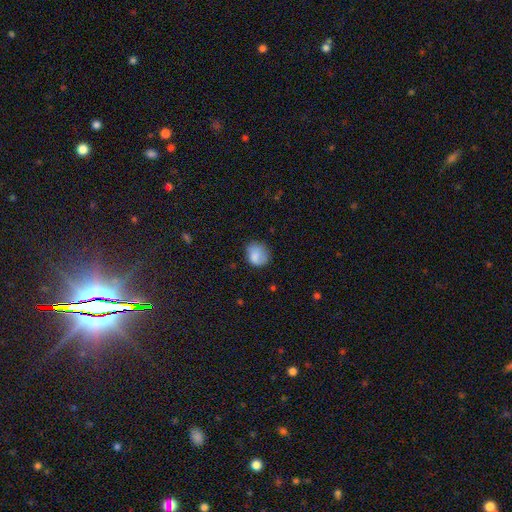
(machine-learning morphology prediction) This is clearly a smooth galaxy (82%). How rounded: likely round (66%). Merging: likely none (65%).